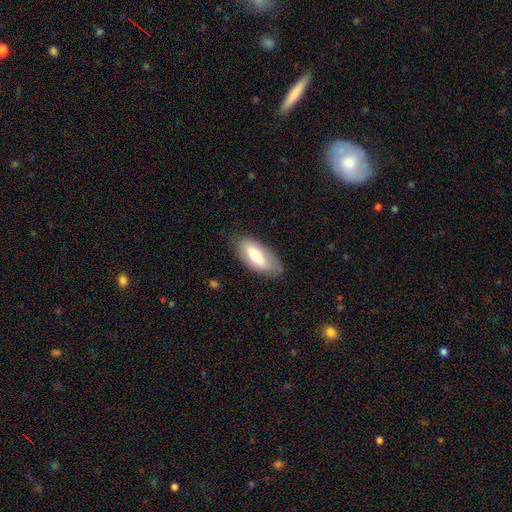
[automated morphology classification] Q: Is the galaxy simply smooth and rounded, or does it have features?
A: smooth — 71%.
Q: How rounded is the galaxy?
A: in between — 89%.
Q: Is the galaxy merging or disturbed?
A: none — 80%.